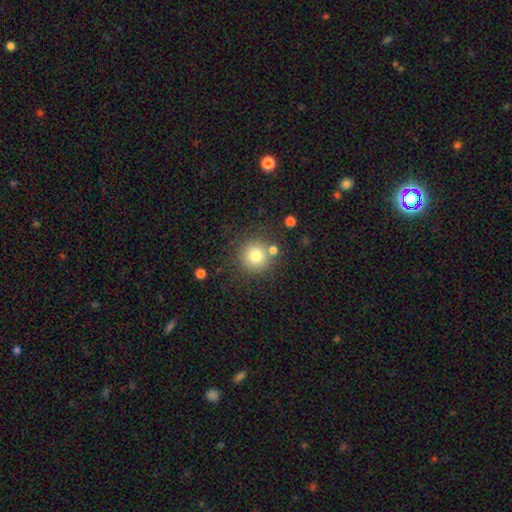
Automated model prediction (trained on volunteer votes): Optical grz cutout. It shows a smooth galaxy with no disk features (77%) that is round (94%). Merging: none (76%).